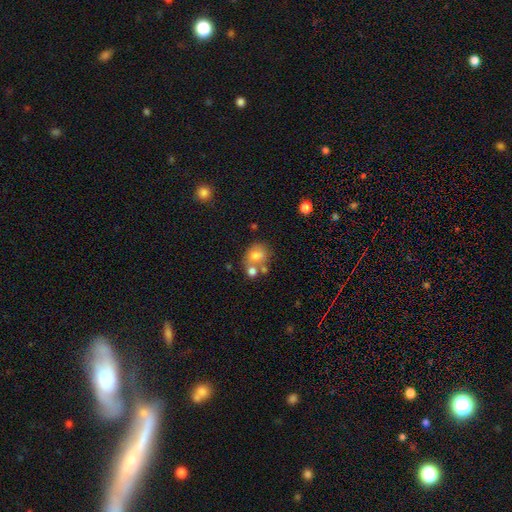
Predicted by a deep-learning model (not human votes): The model was most divided on "merging": none: 44%, merger: 36%, minor disturbance: 14%, major disturbance: 7%. More confident: smooth or featured — smooth (70%); how rounded — round (58%).